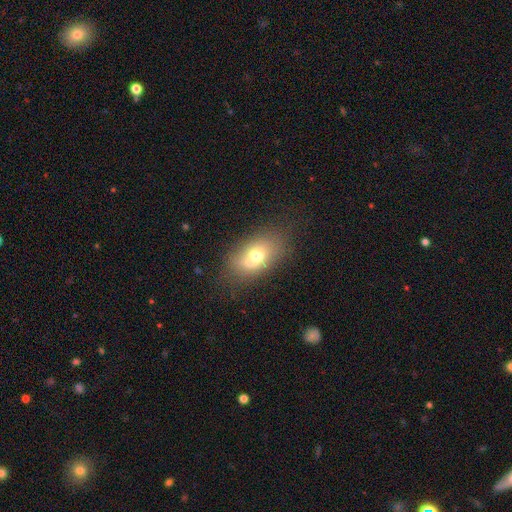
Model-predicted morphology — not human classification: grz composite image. It shows a smooth galaxy with no disk features (64%) that is in between round and cigar-shaped (79%). Merging: none (54%).